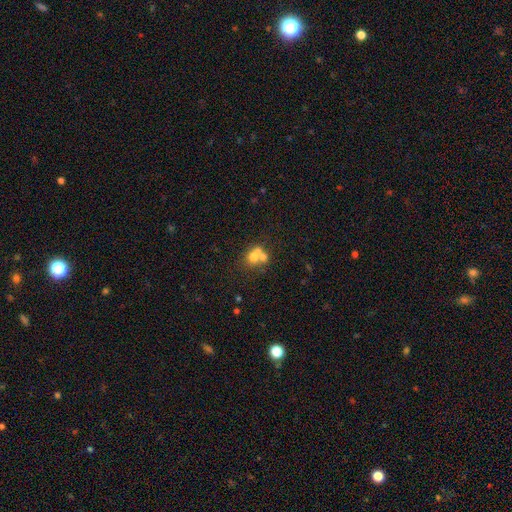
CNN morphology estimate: Overall: smooth (60%; featured or disk 26%). How rounded: round (72%). Merging: merger (59%; none 29%).